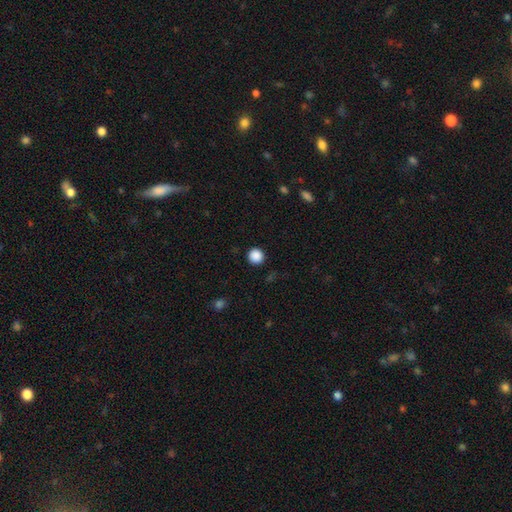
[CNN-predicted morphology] Smooth or featured? Predicted: smooth (p=0.88). How rounded? Predicted: round (p=0.95). Merging? Predicted: none (p=0.92).